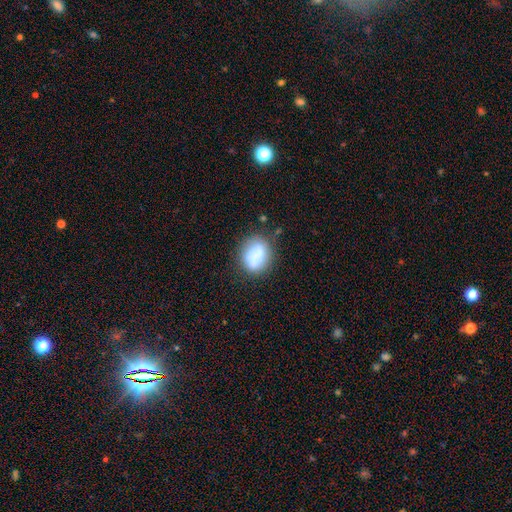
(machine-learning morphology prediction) Smooth or featured? smooth (68%)
How rounded? round (56%)
Merging? none (57%)